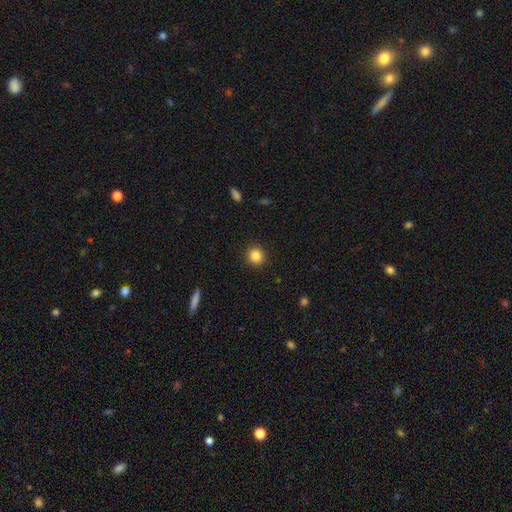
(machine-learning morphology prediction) smooth 85%, star or artifact 11%, featured or disk 5%. Down the decision tree: how rounded — round (88%); merging — none (91%).